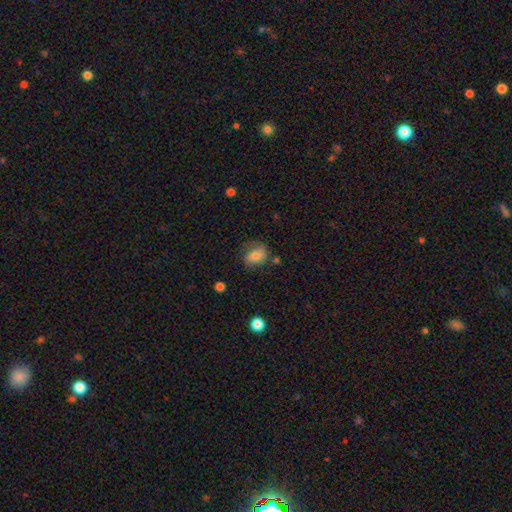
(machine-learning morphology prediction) smooth_or_featured: smooth (p=0.66) [alt: featured or disk p=0.25]
how_rounded: in between (p=0.67) [alt: round p=0.31]
merging: none (p=0.54) [alt: minor disturbance p=0.27]